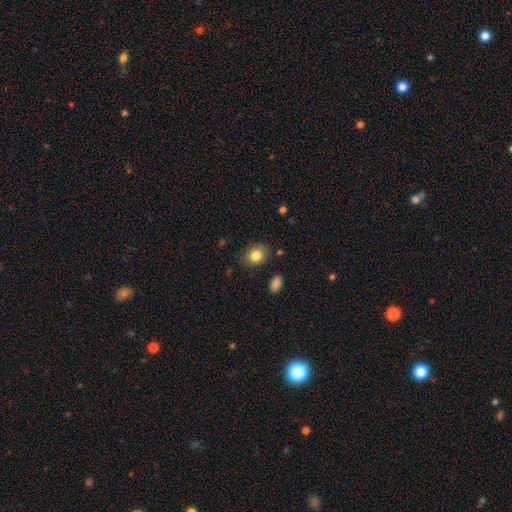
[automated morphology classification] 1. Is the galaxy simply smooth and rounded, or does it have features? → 84% smooth, 9% star or artifact, 7% featured or disk.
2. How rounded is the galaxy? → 51% round, 48% in between, 1% cigar-shaped.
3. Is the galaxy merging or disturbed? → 82% none, 13% minor disturbance, 3% major disturbance, 2% merger.